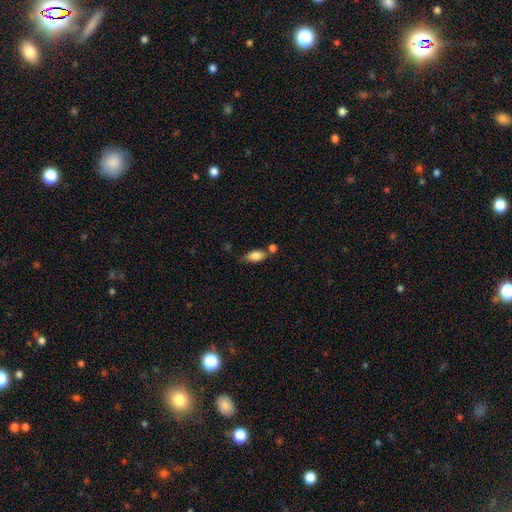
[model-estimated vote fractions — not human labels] Overall: smooth (82%). How rounded: in between (87%). Merging: none (53%; merger 23%).